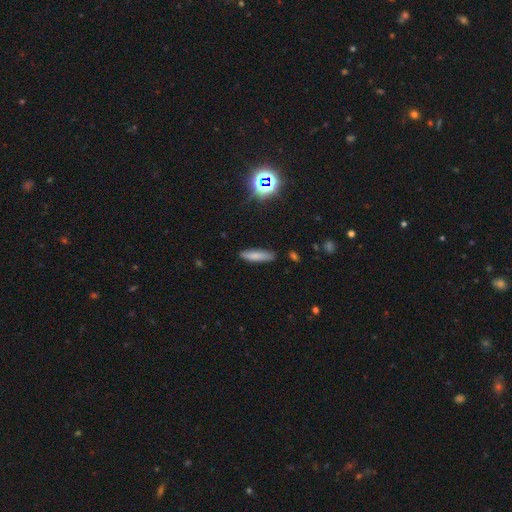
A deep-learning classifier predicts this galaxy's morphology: Smooth or featured? smooth (78%)
How rounded? cigar-shaped (74%)
Merging? none (86%)